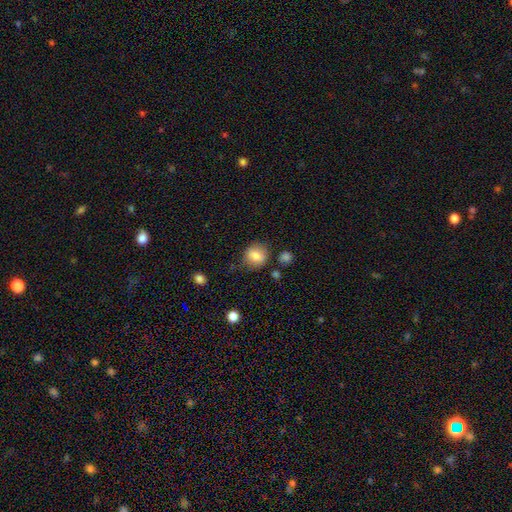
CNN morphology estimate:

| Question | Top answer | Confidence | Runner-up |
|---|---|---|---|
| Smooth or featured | smooth | 80% | featured or disk (11%) |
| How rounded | round | 74% | in between (25%) |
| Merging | none | 75% | minor disturbance (16%) |